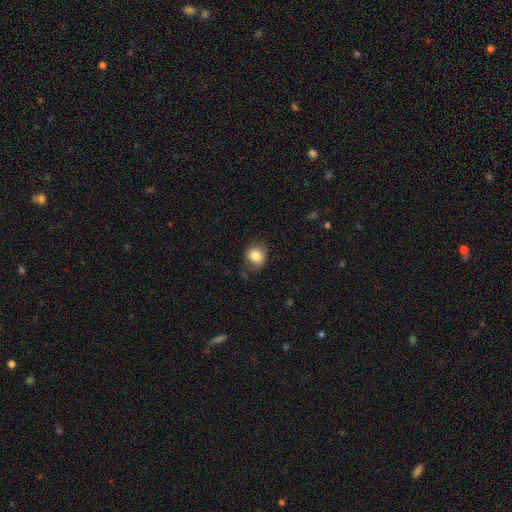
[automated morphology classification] smooth-or-featured: smooth: 84% | star or artifact: 9% | featured or disk: 7%
  how-rounded: round: 81% | in between: 18% | cigar-shaped: 1%
  merging: none: 75% | minor disturbance: 19% | major disturbance: 5% | merger: 2%